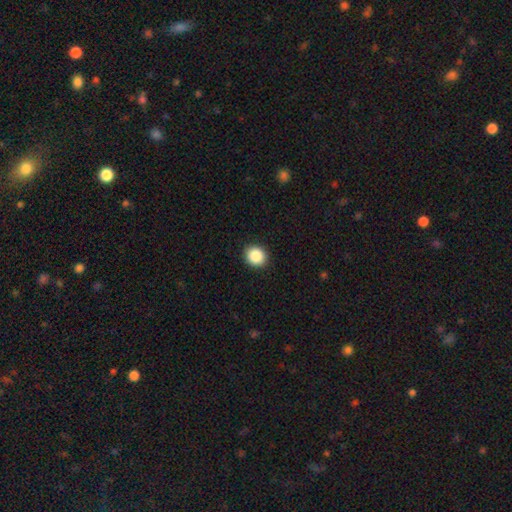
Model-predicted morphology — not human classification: smooth 88%, star or artifact 8%, featured or disk 3%. Down the decision tree: how rounded — round (82%); merging — none (92%).